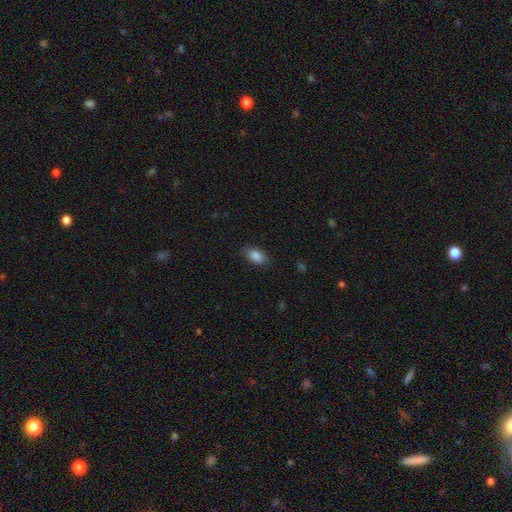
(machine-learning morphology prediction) This is clearly a smooth galaxy (87%). How rounded: clearly in between (90%). Merging: clearly none (85%).